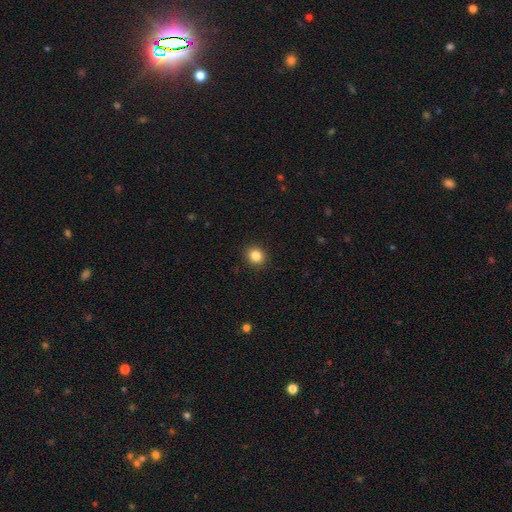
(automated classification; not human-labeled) smooth 85%, star or artifact 11%, featured or disk 4%. Down the decision tree: how rounded — round (81%); merging — none (92%).